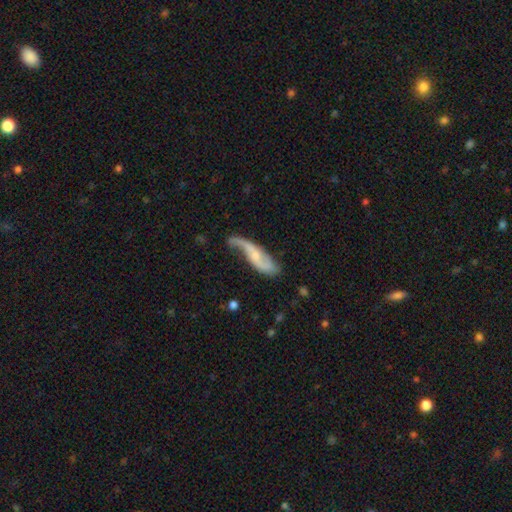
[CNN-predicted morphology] This is likely a featured or disk galaxy (75%). It is clearly not viewed edge-on (85%). Bar: possibly no (57%). Spiral arm pattern: clearly yes (92%). Spiral arm count: clearly 2 (84%). Spiral winding: likely loose (77%). Central bulge: possibly small (59%). Merging: possibly none (47%).